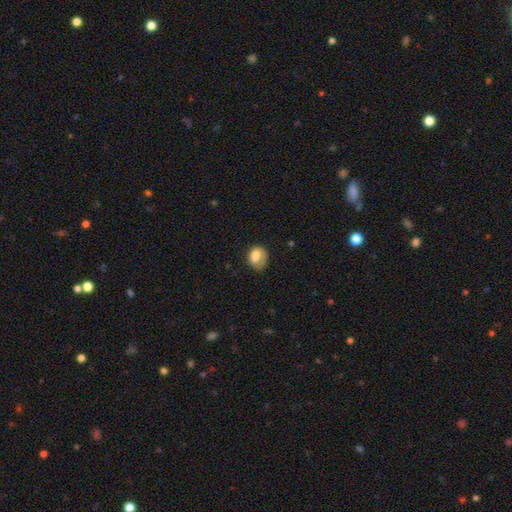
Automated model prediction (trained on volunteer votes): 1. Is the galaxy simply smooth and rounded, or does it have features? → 74% smooth, 18% featured or disk, 9% star or artifact.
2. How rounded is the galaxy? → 50% in between, 49% round, 1% cigar-shaped.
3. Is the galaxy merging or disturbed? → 49% none, 28% minor disturbance, 18% major disturbance, 5% merger.